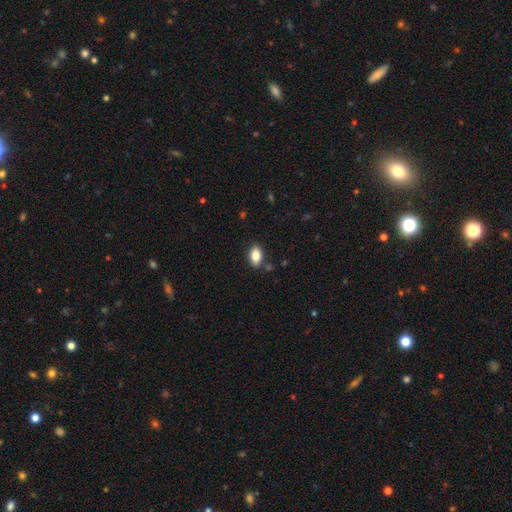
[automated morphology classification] type=smooth (85%); roundness=in between (89%); merging=none (84%).